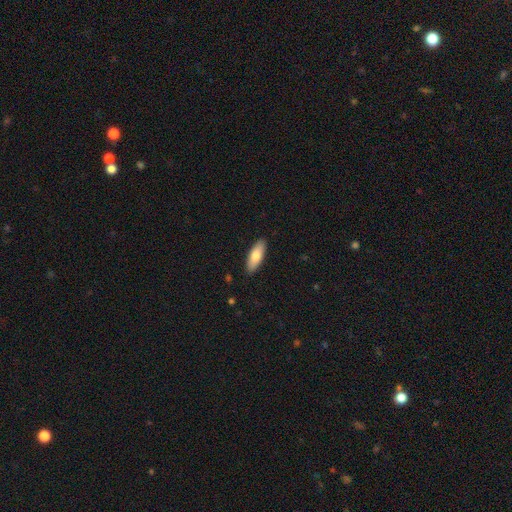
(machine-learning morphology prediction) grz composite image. It shows a smooth galaxy with no disk features (77%) that is in between round and cigar-shaped (60%). Merging: none (89%).